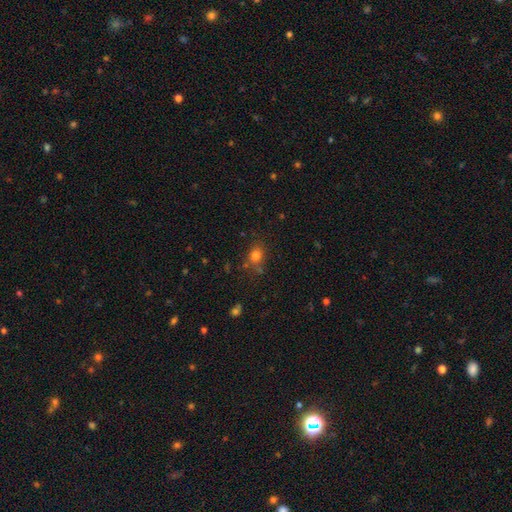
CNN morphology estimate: Q: Smooth or featured?
A: smooth (77%); runner-up: star or artifact (15%)
Q: How rounded?
A: round (59%); runner-up: in between (40%)
Q: Merging?
A: none (72%); runner-up: minor disturbance (16%)